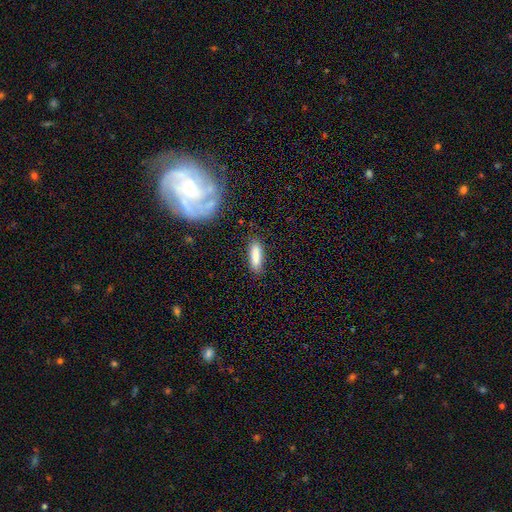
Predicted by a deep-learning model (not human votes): Overall: smooth (85%). How rounded: cigar-shaped (57%; in between 41%). Merging: none (84%).